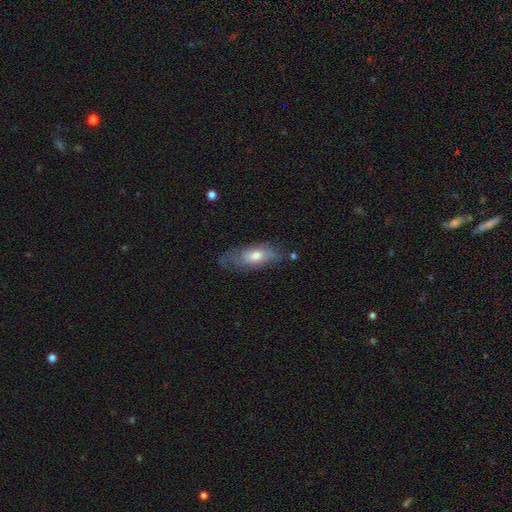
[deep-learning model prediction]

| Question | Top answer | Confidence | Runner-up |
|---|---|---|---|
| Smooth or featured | smooth | 48% | featured or disk (45%) |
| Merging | none | 62% | minor disturbance (27%) |